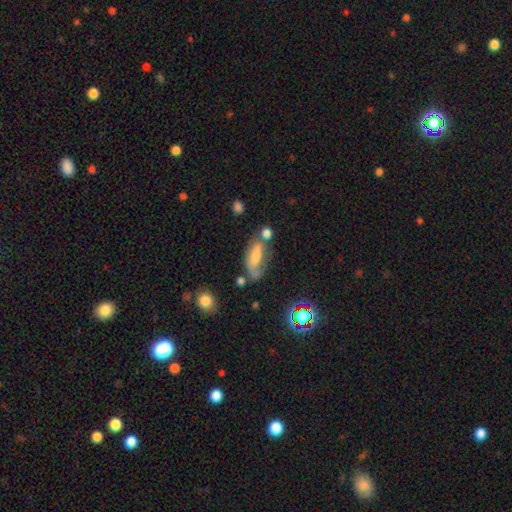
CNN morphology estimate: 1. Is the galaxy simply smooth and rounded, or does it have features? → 46% smooth, 39% featured or disk, 14% star or artifact.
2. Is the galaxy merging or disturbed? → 43% none, 25% minor disturbance, 16% major disturbance, 16% merger.